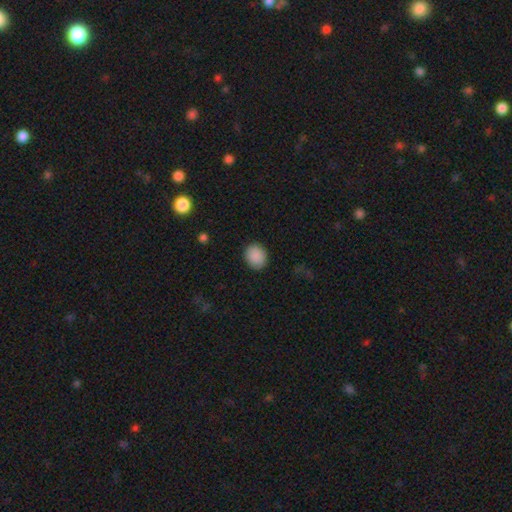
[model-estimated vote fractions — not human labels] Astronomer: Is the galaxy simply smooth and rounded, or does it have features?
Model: smooth — 90%.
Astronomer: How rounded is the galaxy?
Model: round — 67%.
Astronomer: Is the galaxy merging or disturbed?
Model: none — 90%.